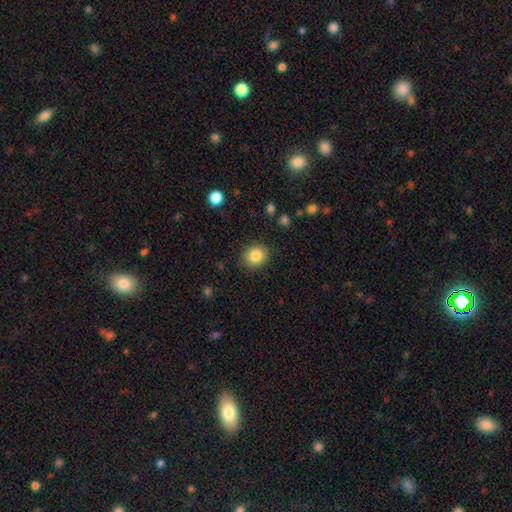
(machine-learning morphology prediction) Smooth or featured? smooth (85%)
How rounded? round (80%)
Merging? none (88%)